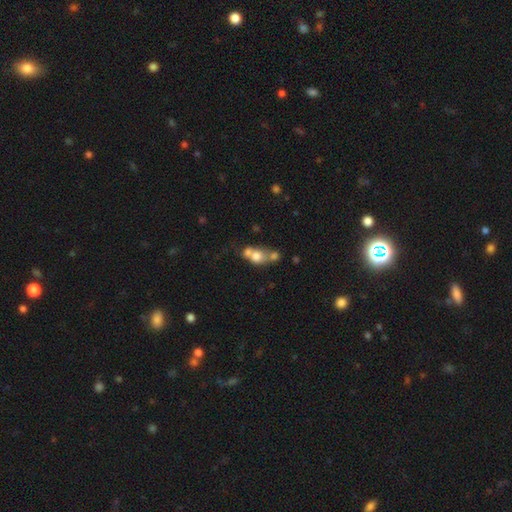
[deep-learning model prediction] smooth_or_featured: smooth (p=0.66) [alt: featured or disk p=0.22]
how_rounded: round (p=0.56) [alt: in between p=0.40]
merging: merger (p=0.58) [alt: none p=0.27]